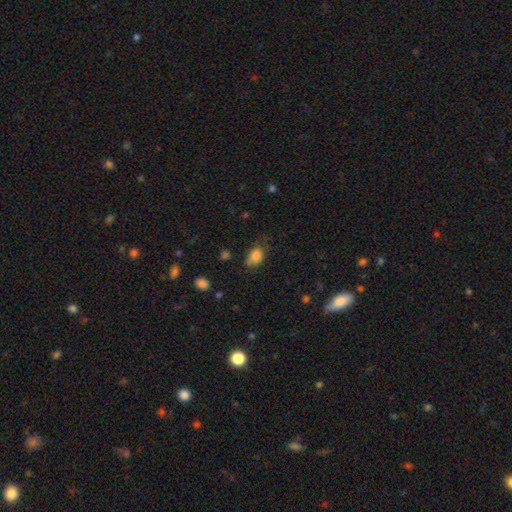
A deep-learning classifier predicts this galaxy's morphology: The model was most divided on "merging": none: 50%, minor disturbance: 34%, major disturbance: 14%, merger: 3%. More confident: smooth or featured — smooth (82%); how rounded — in between (80%).